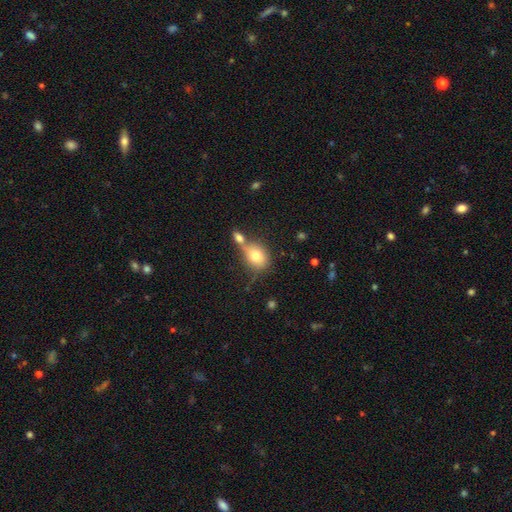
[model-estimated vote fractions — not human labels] smooth-or-featured: smooth: 76% | featured or disk: 15% | star or artifact: 10%
  how-rounded: in between: 51% | round: 47% | cigar-shaped: 2%
  merging: none: 41% | merger: 38% | minor disturbance: 14% | major disturbance: 7%